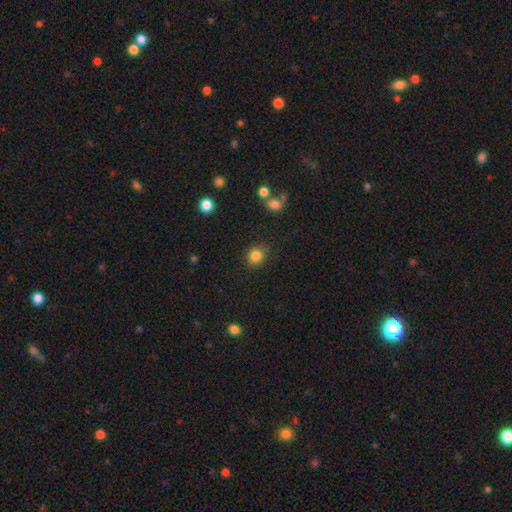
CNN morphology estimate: smooth_or_featured: smooth (p=0.85) [alt: star or artifact p=0.11]
how_rounded: round (p=0.86) [alt: in between p=0.14]
merging: none (p=0.82) [alt: minor disturbance p=0.11]